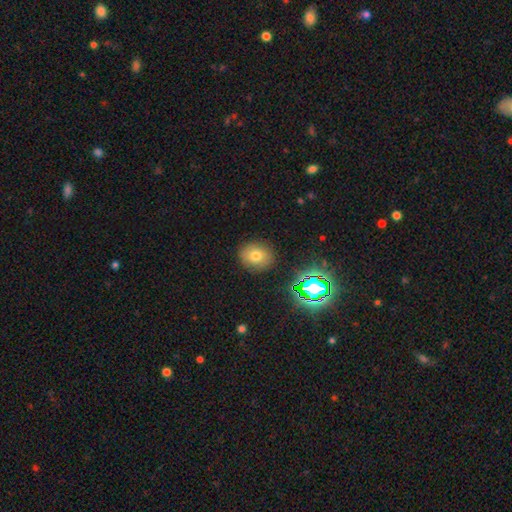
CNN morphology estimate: The model was most divided on "how rounded": round: 62%, in between: 37%, cigar-shaped: 1%. More confident: merging — none (87%); smooth or featured — smooth (72%).